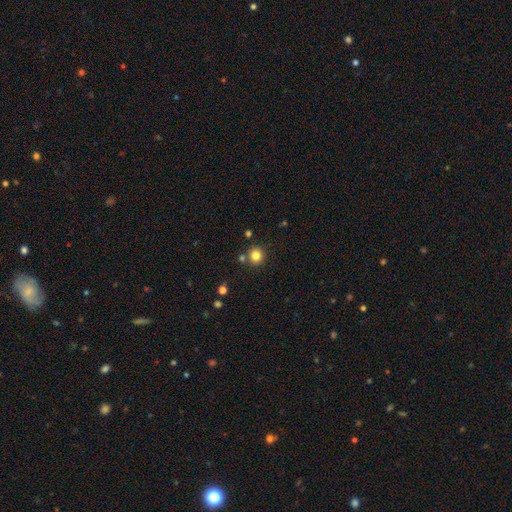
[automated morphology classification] smooth_or_featured: smooth (p=0.82) [alt: star or artifact p=0.13]
how_rounded: round (p=0.91) [alt: in between p=0.08]
merging: none (p=0.82) [alt: merger p=0.09]